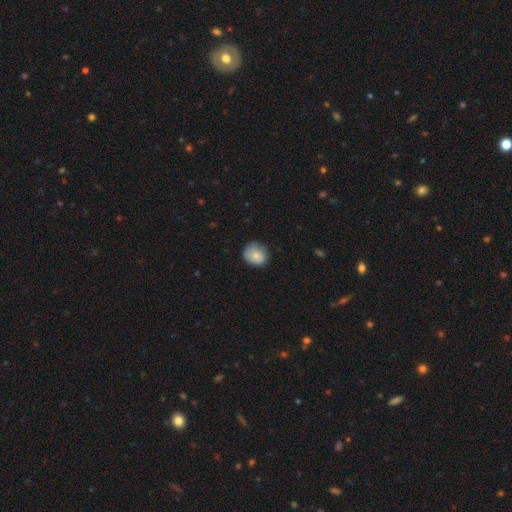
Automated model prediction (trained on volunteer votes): Smooth or featured? smooth (81%)
How rounded? round (79%)
Merging? none (74%)